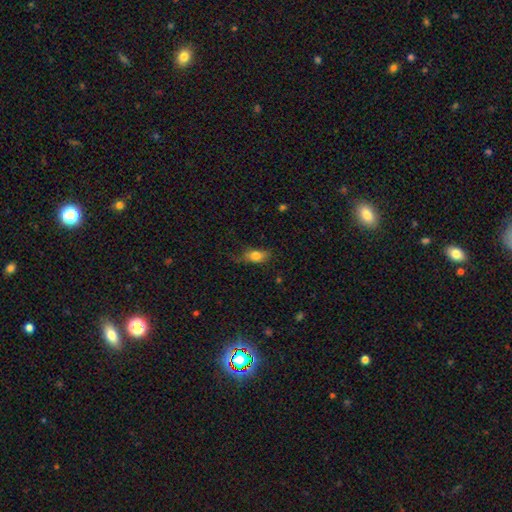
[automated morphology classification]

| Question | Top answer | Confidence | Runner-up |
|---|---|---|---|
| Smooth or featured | smooth | 78% | featured or disk (13%) |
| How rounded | in between | 80% | round (10%) |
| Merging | none | 56% | minor disturbance (30%) |